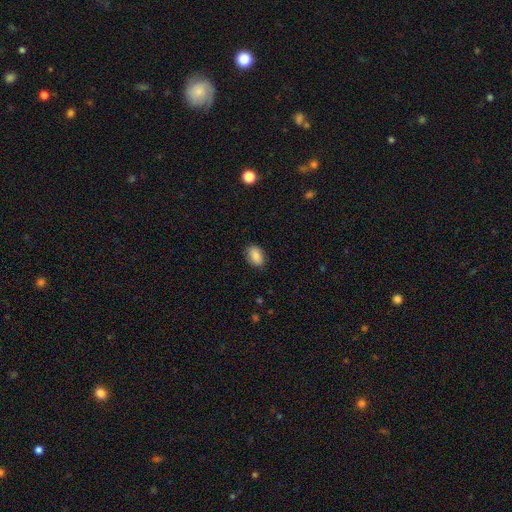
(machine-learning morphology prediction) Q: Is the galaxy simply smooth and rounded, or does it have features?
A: smooth — 85%.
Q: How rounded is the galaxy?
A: in between — 84%.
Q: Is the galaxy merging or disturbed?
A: none — 86%.